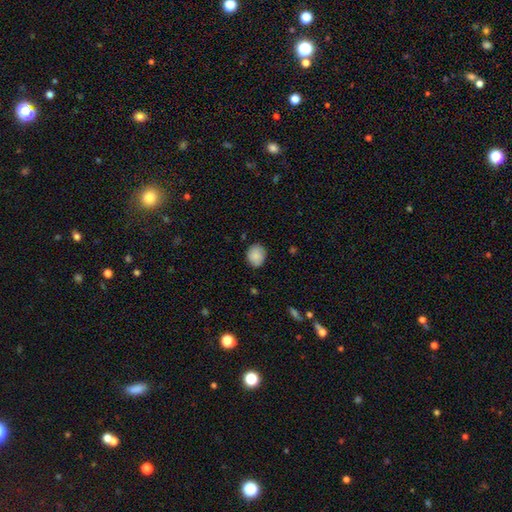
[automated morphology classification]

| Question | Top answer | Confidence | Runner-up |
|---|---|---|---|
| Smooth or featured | smooth | 85% | featured or disk (7%) |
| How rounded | round | 69% | in between (30%) |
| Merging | none | 79% | minor disturbance (17%) |